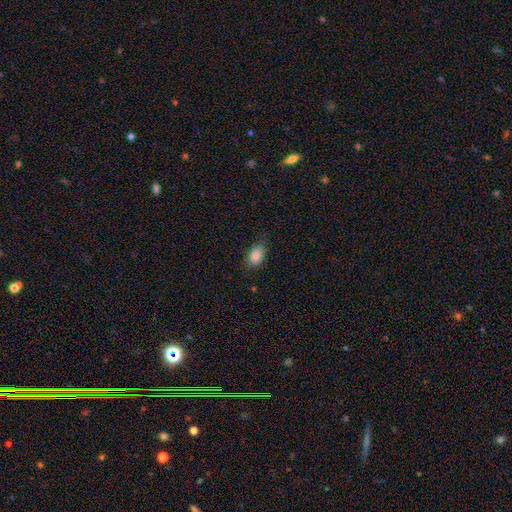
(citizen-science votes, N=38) A smooth galaxy with no disk features (89%) that is in between round and cigar-shaped (79%). Merging: none (54%).